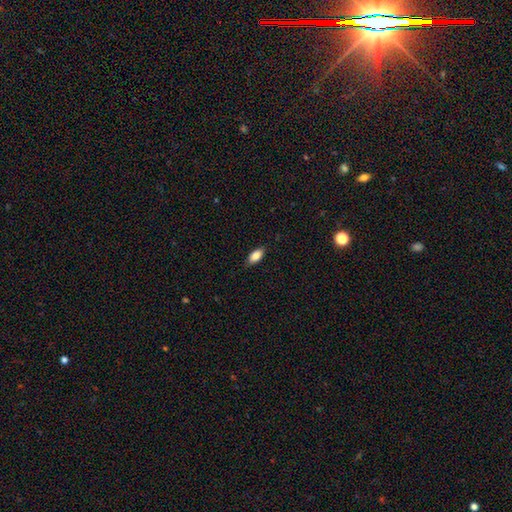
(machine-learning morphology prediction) This is clearly a smooth galaxy (84%). How rounded: clearly in between (88%). Merging: clearly none (84%).